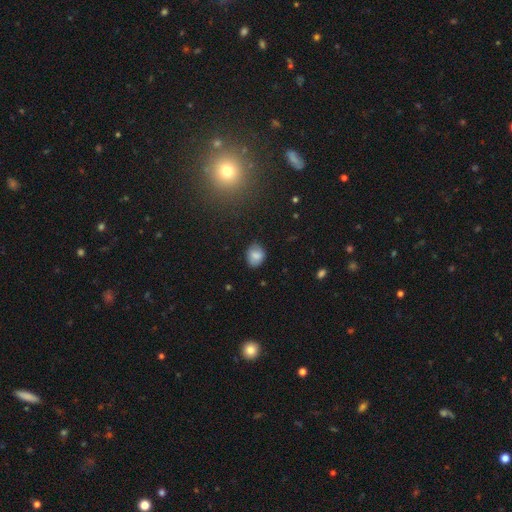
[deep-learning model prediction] smooth-or-featured: smooth: 81% | featured or disk: 10% | star or artifact: 9%
  how-rounded: in between: 58% | round: 41% | cigar-shaped: 1%
  merging: none: 75% | minor disturbance: 19% | major disturbance: 4% | merger: 2%